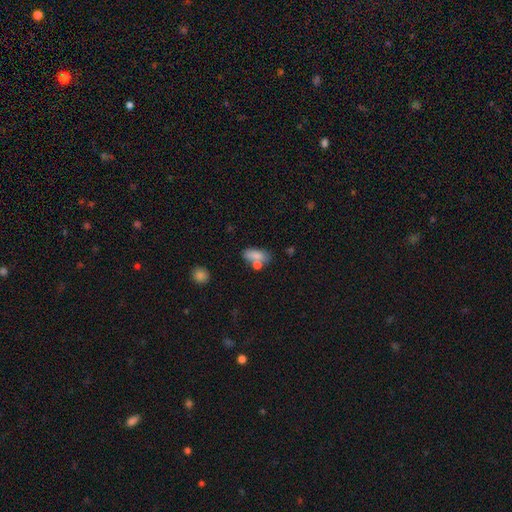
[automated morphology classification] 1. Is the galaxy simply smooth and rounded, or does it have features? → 79% smooth, 13% featured or disk, 9% star or artifact.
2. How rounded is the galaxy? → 84% in between, 10% cigar-shaped, 6% round.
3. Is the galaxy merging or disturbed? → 48% none, 29% merger, 16% minor disturbance, 7% major disturbance.